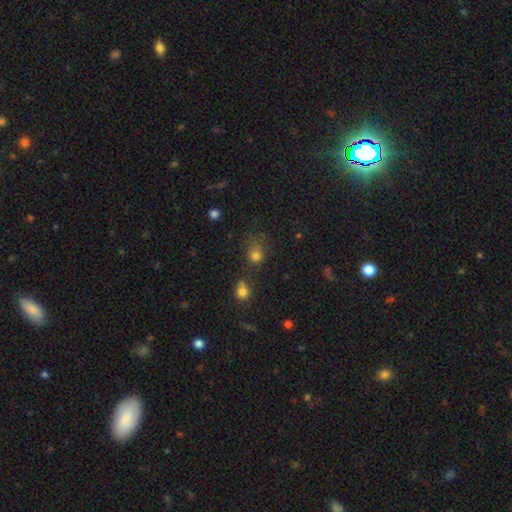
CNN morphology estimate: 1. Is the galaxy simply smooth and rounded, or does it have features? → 75% smooth, 17% star or artifact, 8% featured or disk.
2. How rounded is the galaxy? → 70% round, 29% in between, 1% cigar-shaped.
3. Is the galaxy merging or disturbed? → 49% none, 20% minor disturbance, 17% merger, 14% major disturbance.